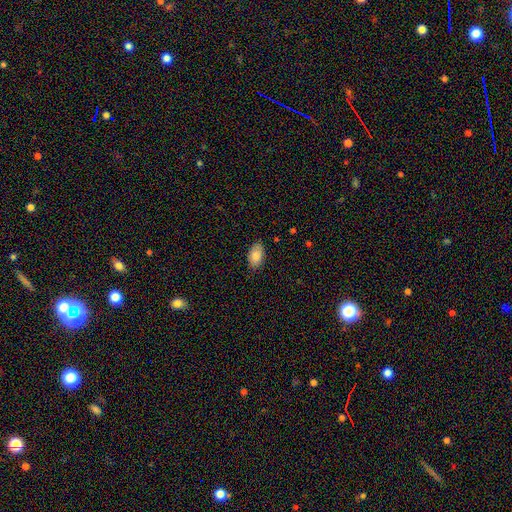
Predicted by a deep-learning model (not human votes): smooth-or-featured: smooth: 84% | featured or disk: 10% | star or artifact: 7%
  how-rounded: in between: 94% | round: 5% | cigar-shaped: 2%
  merging: none: 85% | minor disturbance: 12% | major disturbance: 2% | merger: 1%